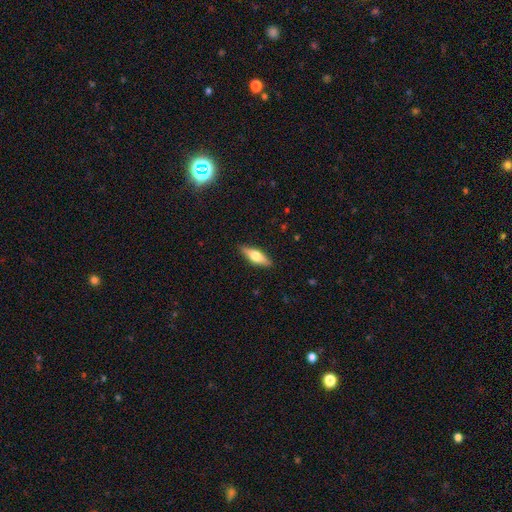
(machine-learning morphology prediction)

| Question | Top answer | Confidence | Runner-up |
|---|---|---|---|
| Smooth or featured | smooth | 50% | featured or disk (44%) |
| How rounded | in between | 50% | cigar-shaped (48%) |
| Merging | none | 89% | minor disturbance (8%) |